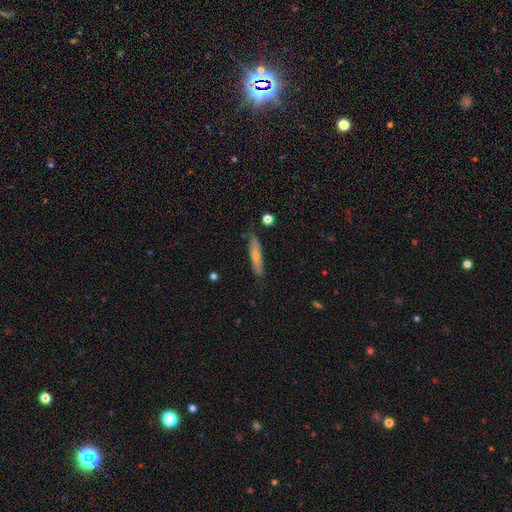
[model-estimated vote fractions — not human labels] A smooth galaxy with no disk features (53%) that is cigar-shaped (84%). Merging: none (80%).